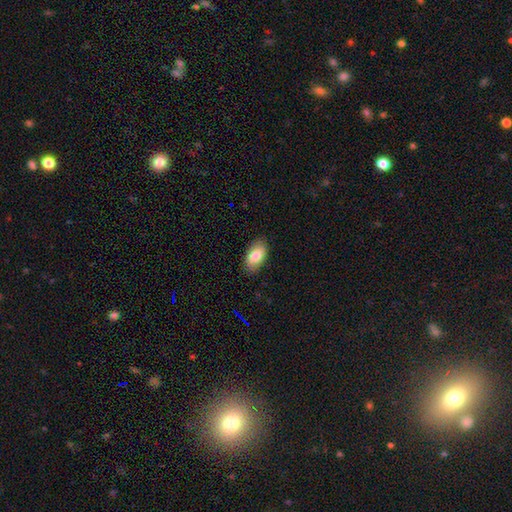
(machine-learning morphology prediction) This is clearly a smooth galaxy (81%). How rounded: clearly in between (93%). Merging: clearly none (85%).